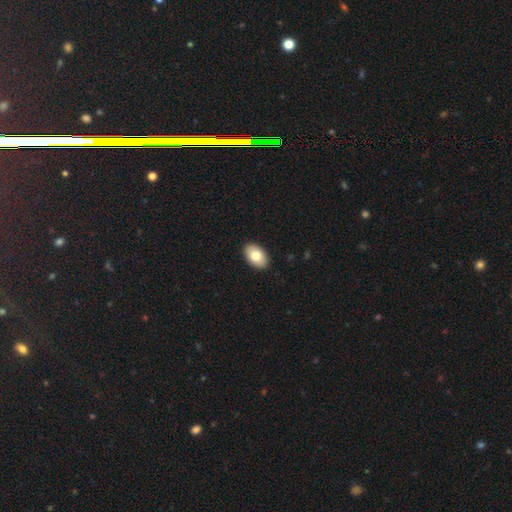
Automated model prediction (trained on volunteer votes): The model was most divided on "smooth or featured": smooth: 79%, featured or disk: 15%, star or artifact: 6%. More confident: how rounded — in between (91%); merging — none (91%).